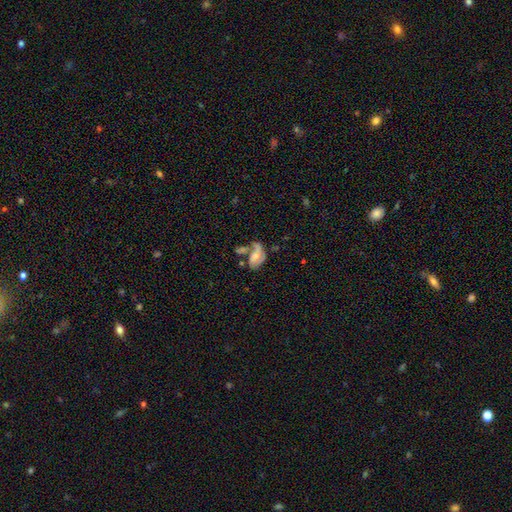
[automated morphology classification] type=featured or disk (59%); edge-on=no (96%); bar=no (61%); spiral arms=yes (76%); bulge=small (46%); merging=merger (30%).